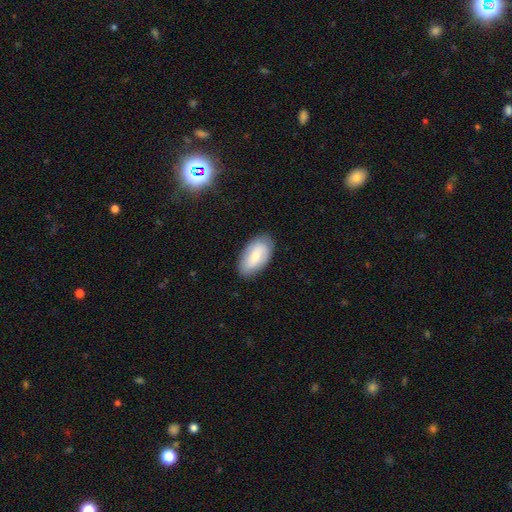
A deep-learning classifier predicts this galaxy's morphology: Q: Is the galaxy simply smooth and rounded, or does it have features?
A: smooth — 63%.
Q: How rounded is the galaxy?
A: in between — 94%.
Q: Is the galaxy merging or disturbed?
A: none — 85%.